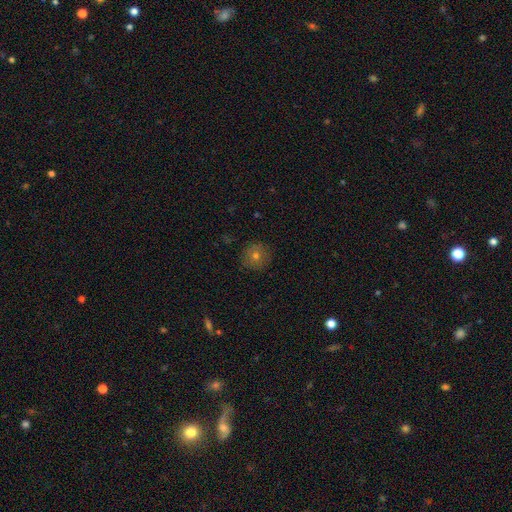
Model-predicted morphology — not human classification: Smooth or featured? Predicted: smooth (p=0.66). How rounded? Predicted: round (p=0.94). Merging? Predicted: none (p=0.88).